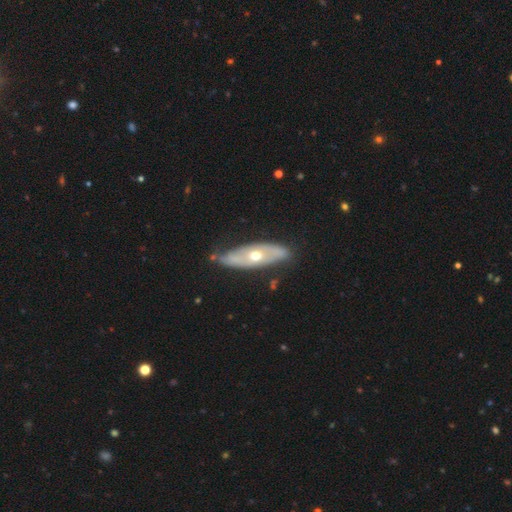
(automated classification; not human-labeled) Smooth or featured? Predicted: featured or disk (p=0.61). Edge-on disk? Predicted: no (p=0.65). Merging? Predicted: none (p=0.70).